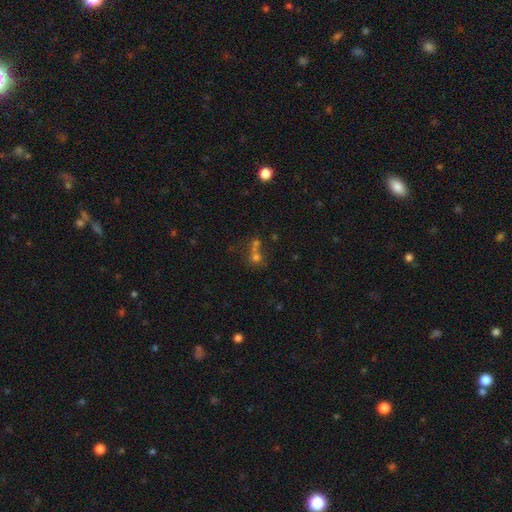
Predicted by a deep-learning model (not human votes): Smooth or featured?
  - smooth: 51% *
  - star or artifact: 32%
  - featured or disk: 17%
How rounded?
  - round: 80% *
  - in between: 18%
  - cigar-shaped: 2%
Merging?
  - merger: 45% *
  - none: 42%
  - minor disturbance: 7%
  - major disturbance: 5%